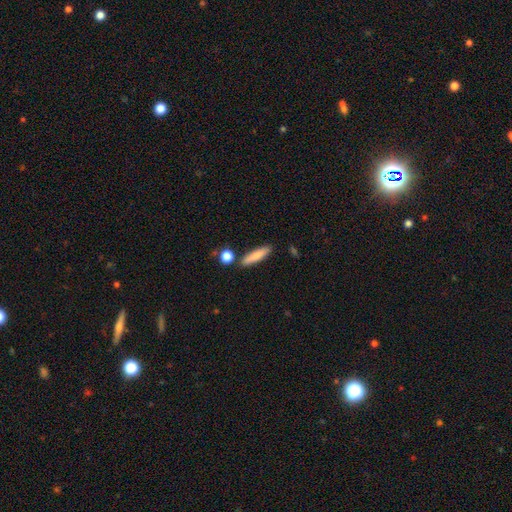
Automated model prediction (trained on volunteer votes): This appears to be a smooth galaxy with no disk features (80%) that is cigar-shaped (78%). Merging: none (83%).